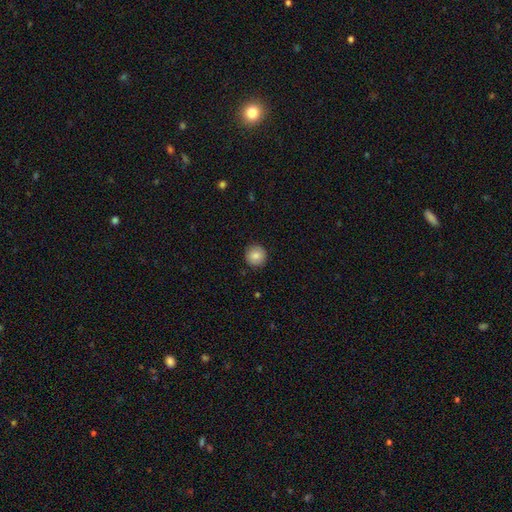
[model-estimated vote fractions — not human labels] Overall: smooth (84%). How rounded: round (95%). Merging: none (91%).